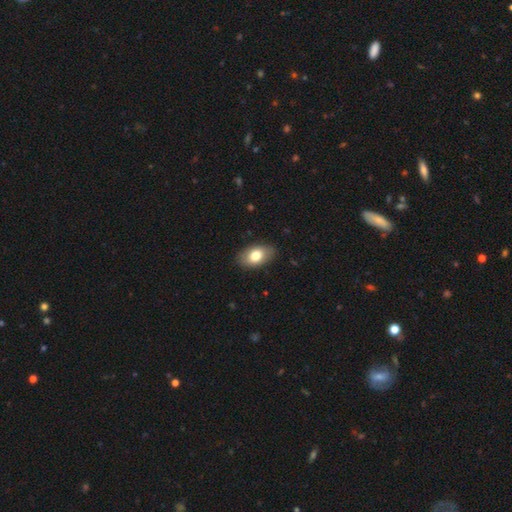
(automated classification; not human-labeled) Smooth or featured?
  - smooth: 78% *
  - featured or disk: 15%
  - star or artifact: 7%
How rounded?
  - in between: 91% *
  - round: 7%
  - cigar-shaped: 2%
Merging?
  - none: 85% *
  - minor disturbance: 12%
  - major disturbance: 2%
  - merger: 1%